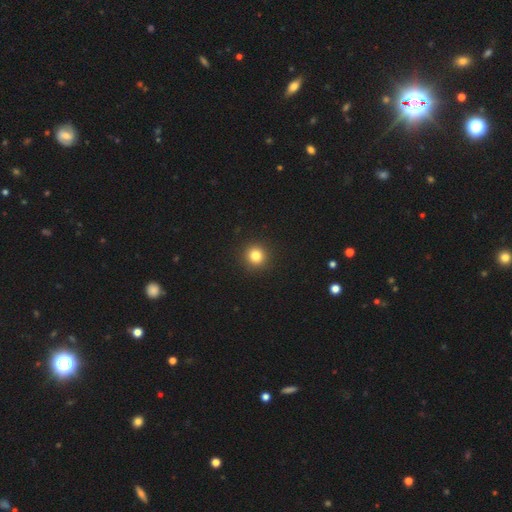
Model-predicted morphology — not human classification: smooth 83%, star or artifact 12%, featured or disk 5%. Down the decision tree: how rounded — round (93%); merging — none (93%).